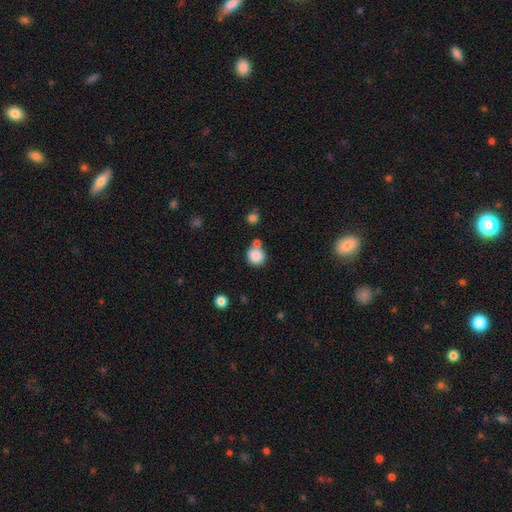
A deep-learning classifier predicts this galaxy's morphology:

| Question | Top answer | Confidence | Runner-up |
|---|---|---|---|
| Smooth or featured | smooth | 85% | star or artifact (10%) |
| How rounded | round | 88% | in between (11%) |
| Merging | none | 64% | merger (21%) |